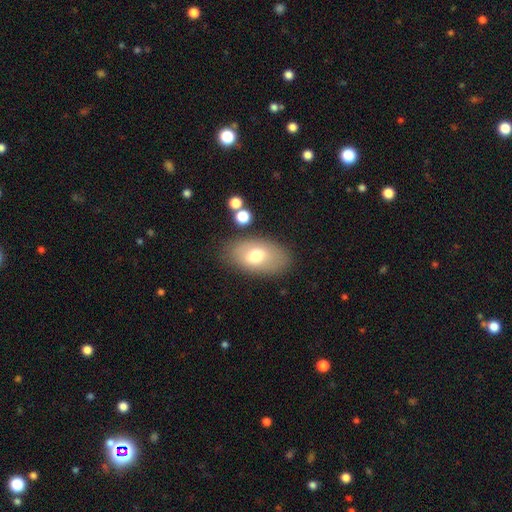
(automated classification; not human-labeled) A smooth galaxy with no disk features (68%) that is in between round and cigar-shaped (91%).

Vote fractions:
- Smooth or featured? smooth: 68% / featured or disk: 24% / star or artifact: 8%
- How rounded? in between: 91% / round: 7% / cigar-shaped: 2%
- Merging? none: 79% / minor disturbance: 13% / major disturbance: 5% / merger: 3%